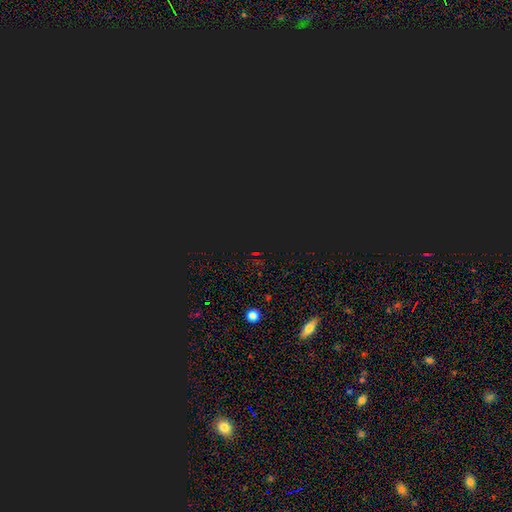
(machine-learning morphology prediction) This is likely a star or artifact rather than a galaxy (78%).